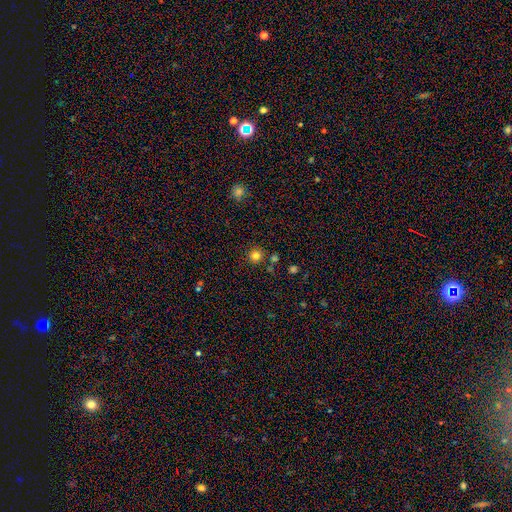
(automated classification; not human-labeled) A smooth galaxy with no disk features (80%) that is round (94%). Merging: none (85%).